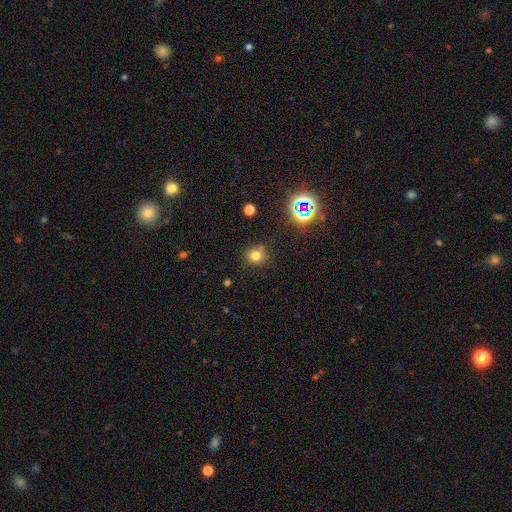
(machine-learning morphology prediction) Smooth or featured: smooth — 75% (star or artifact — 18%)
How rounded: round — 82% (in between — 17%)
Merging: none — 76% (minor disturbance — 14%)